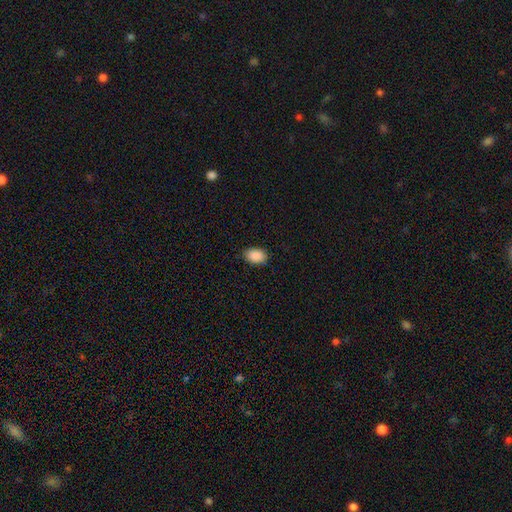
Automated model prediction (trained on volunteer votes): Overall: smooth (89%). How rounded: in between (84%). Merging: none (86%).